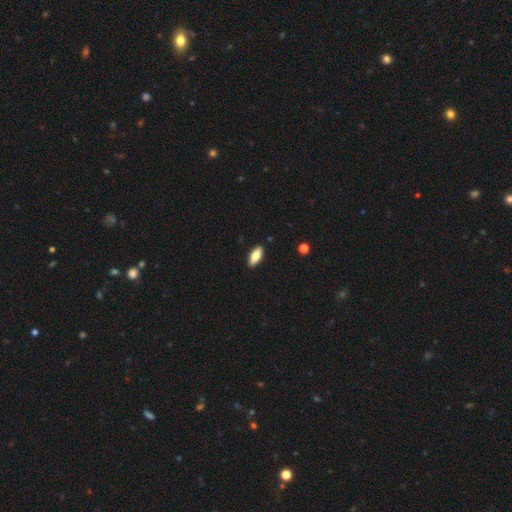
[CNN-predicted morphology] Q: Smooth or featured?
A: smooth (82%); runner-up: featured or disk (12%)
Q: How rounded?
A: in between (85%); runner-up: cigar-shaped (12%)
Q: Merging?
A: none (90%); runner-up: minor disturbance (7%)